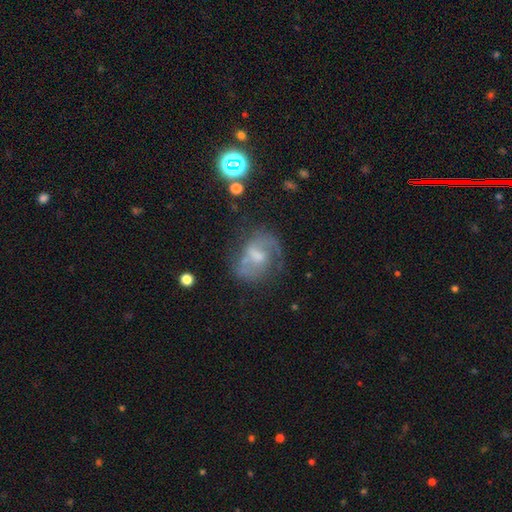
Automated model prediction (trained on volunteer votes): A featured or disk galaxy (69%) with a weak bar (51%), 2 (68%) medium (48%) spiral arms (81%) and a moderate central bulge (40%).

Vote fractions:
- Smooth or featured? featured or disk: 69% / smooth: 20% / star or artifact: 11%
- Edge-on disk? no: 97% / yes: 3%
- Bar? weak: 51% / no: 35% / strong: 14%
- Spiral arms? yes: 81% / no: 19%
- Spiral winding? medium: 48% / loose: 31% / tight: 21%
- Spiral arm count? 2: 68% / 1: 14% / can't tell: 13% / 3: 2% / 4: 1% / more than 4: 1%
- Bulge size? moderate: 40% / small: 34% / none: 18% / large: 7% / dominant: 1%
- Merging? none: 53% / minor disturbance: 22% / major disturbance: 19% / merger: 5%